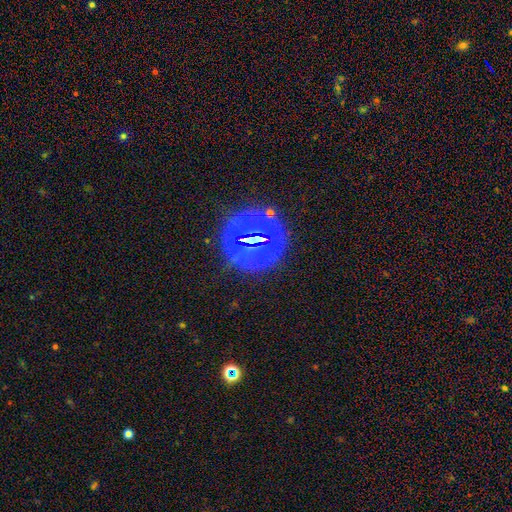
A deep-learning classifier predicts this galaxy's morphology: Smooth or featured? Predicted: star or artifact (p=0.79).